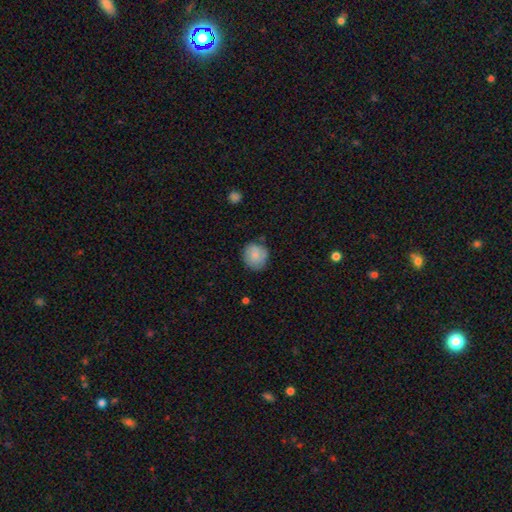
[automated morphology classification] smooth-or-featured: smooth: 79% | featured or disk: 14% | star or artifact: 7%
  how-rounded: round: 87% | in between: 12% | cigar-shaped: 1%
  merging: none: 78% | minor disturbance: 16% | major disturbance: 3% | merger: 2%